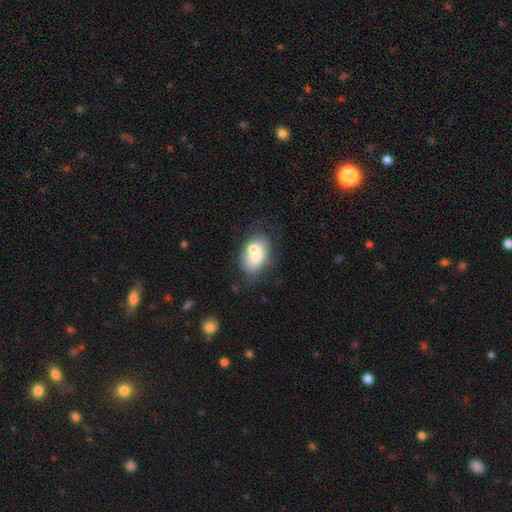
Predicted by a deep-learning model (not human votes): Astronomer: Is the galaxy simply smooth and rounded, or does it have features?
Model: smooth — 69%.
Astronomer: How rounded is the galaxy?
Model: in between — 84%.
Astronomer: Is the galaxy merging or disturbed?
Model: none — 43% (runner-up: merger, 29%).